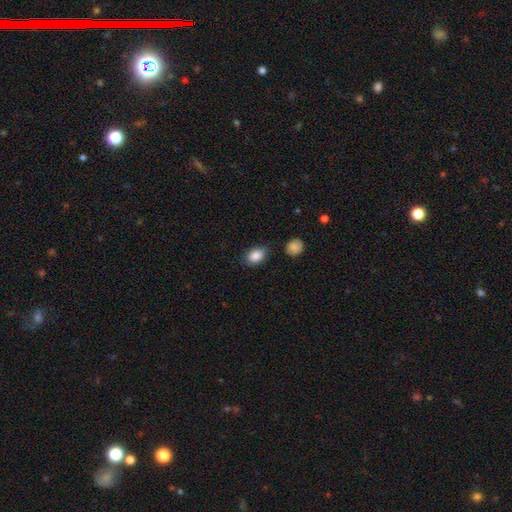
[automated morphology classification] smooth-or-featured: smooth: 87% | star or artifact: 8% | featured or disk: 5%
  how-rounded: in between: 82% | round: 16% | cigar-shaped: 1%
  merging: none: 79% | minor disturbance: 15% | major disturbance: 3% | merger: 3%